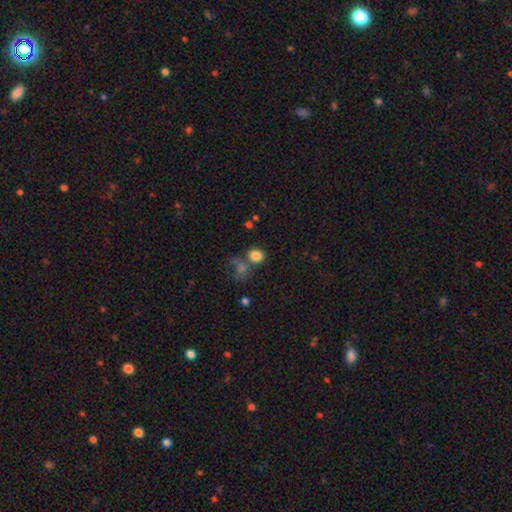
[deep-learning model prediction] Q: Smooth or featured?
A: smooth (82%); runner-up: star or artifact (11%)
Q: How rounded?
A: round (72%); runner-up: in between (27%)
Q: Merging?
A: none (63%); runner-up: merger (21%)